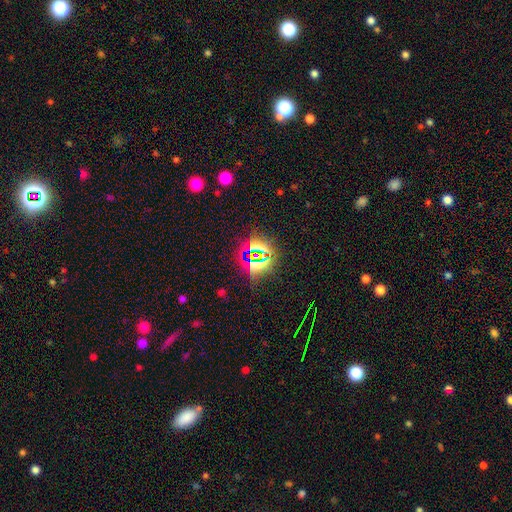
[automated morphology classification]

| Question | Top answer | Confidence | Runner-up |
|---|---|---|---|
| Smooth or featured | star or artifact | 77% | smooth (14%) |